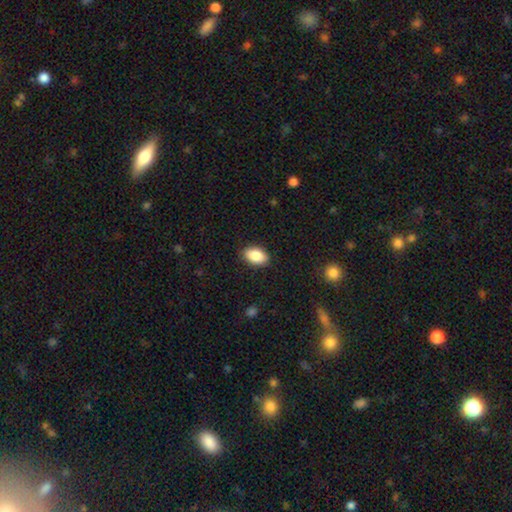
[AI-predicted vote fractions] The model was most divided on "merging": none: 88%, minor disturbance: 9%, major disturbance: 2%, merger: 1%. More confident: how rounded — in between (91%); smooth or featured — smooth (87%).